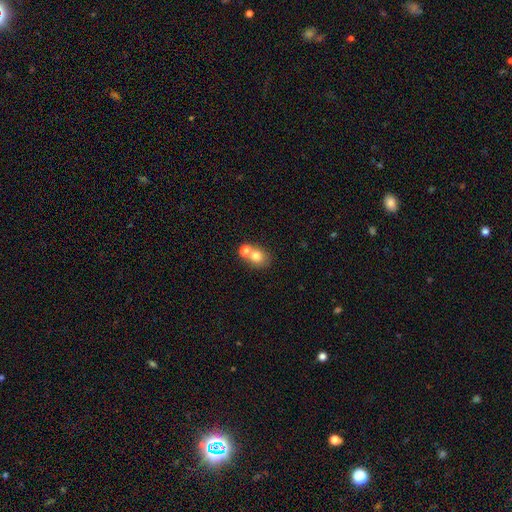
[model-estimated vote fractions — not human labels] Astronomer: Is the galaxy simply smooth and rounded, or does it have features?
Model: smooth — 74%.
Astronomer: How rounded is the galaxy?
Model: round — 71%.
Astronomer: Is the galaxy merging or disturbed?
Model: merger — 47% (runner-up: none, 43%).